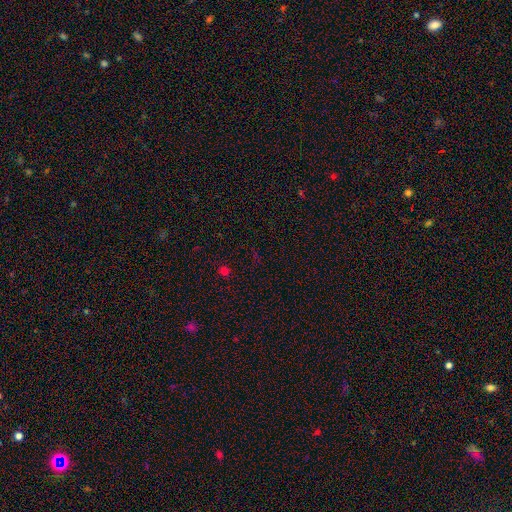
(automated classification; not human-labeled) Smooth or featured? Predicted: star or artifact (p=0.64).